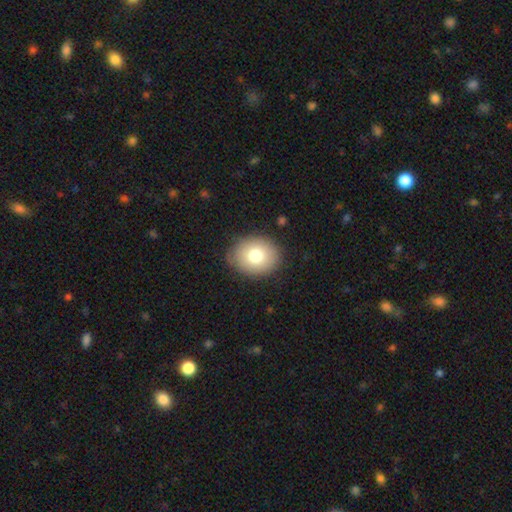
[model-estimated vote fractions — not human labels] A smooth galaxy with no disk features (77%) that is round (55%). Merging: none (86%).